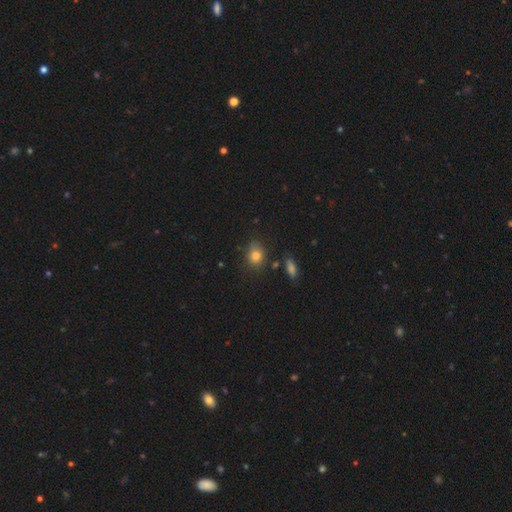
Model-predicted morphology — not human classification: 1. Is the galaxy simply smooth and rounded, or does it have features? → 81% smooth, 11% star or artifact, 8% featured or disk.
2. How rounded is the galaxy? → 53% in between, 46% round, 2% cigar-shaped.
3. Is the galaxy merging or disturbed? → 71% none, 20% minor disturbance, 5% major disturbance, 4% merger.